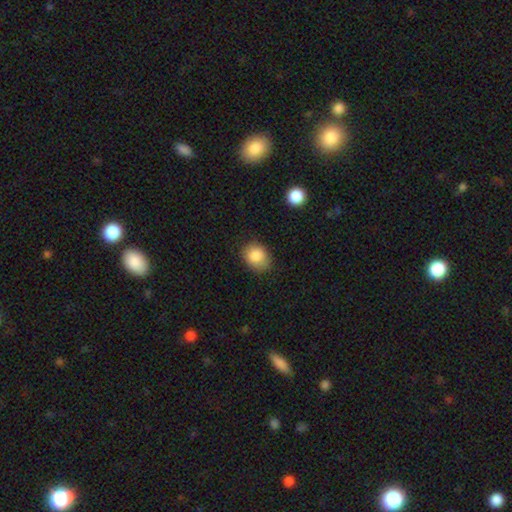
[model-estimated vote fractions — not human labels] smooth-or-featured: smooth: 86% | star or artifact: 8% | featured or disk: 6%
  how-rounded: in between: 51% | round: 48% | cigar-shaped: 1%
  merging: none: 77% | minor disturbance: 18% | major disturbance: 4% | merger: 1%